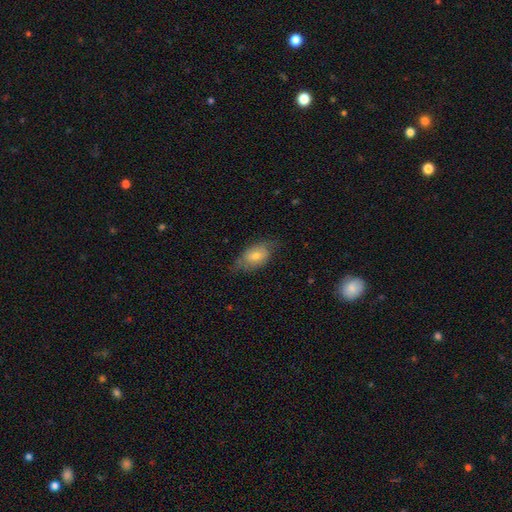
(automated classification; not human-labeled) This is possibly a smooth galaxy (57%). How rounded: clearly in between (87%). Merging: likely none (64%).